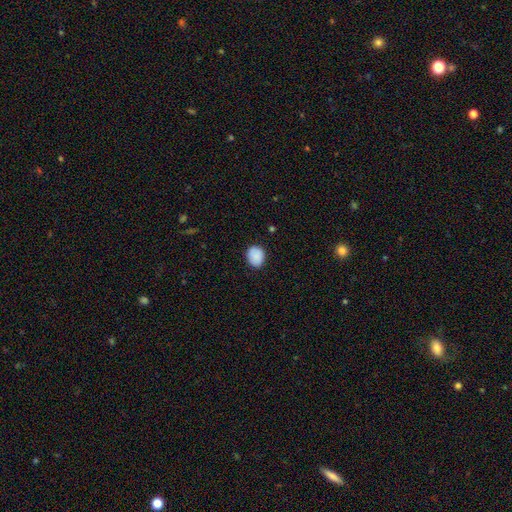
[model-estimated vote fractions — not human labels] smooth_or_featured: smooth (p=0.88) [alt: star or artifact p=0.07]
how_rounded: round (p=0.52) [alt: in between p=0.47]
merging: none (p=0.84) [alt: minor disturbance p=0.13]